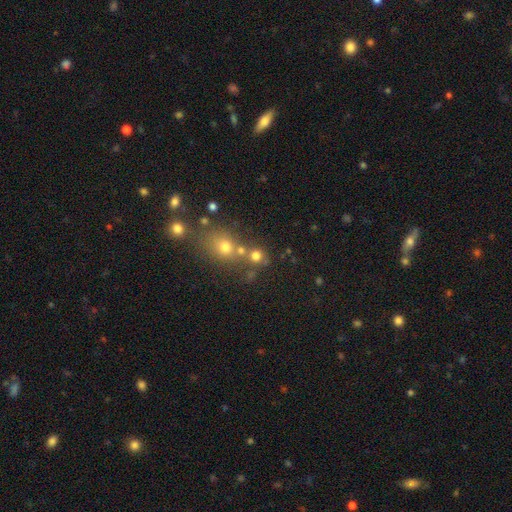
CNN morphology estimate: smooth 71%, star or artifact 19%, featured or disk 10%. Down the decision tree: how rounded — round (83%); merging — none (52%).